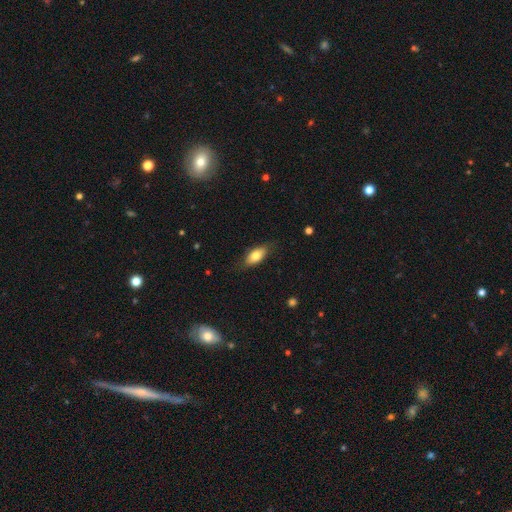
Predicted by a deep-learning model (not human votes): Smooth or featured? Predicted: smooth (p=0.76). How rounded? Predicted: in between (p=0.84). Merging? Predicted: none (p=0.79).